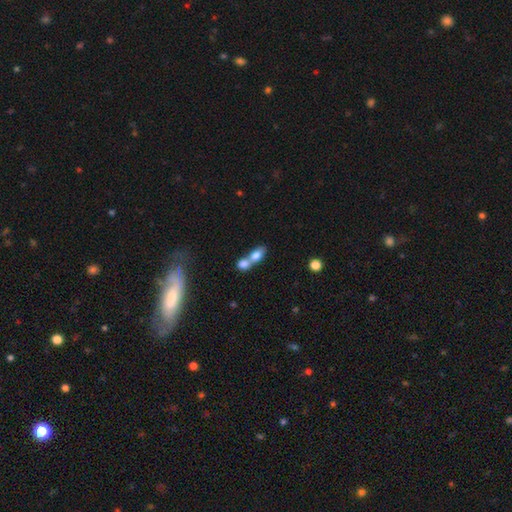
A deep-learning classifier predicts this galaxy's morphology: type=smooth (77%); roundness=in between (78%); merging=merger (71%).